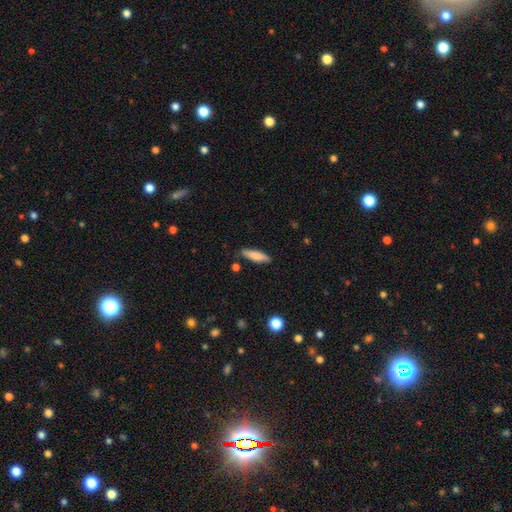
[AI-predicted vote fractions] The model was most divided on "how rounded": cigar-shaped: 65%, in between: 33%, round: 2%. More confident: merging — none (83%); smooth or featured — smooth (81%).